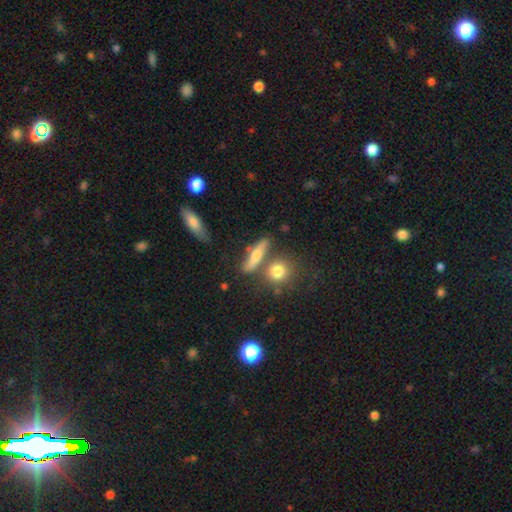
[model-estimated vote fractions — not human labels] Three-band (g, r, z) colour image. It shows a smooth galaxy with no disk features (55%) that is cigar-shaped (60%). Merging: none (64%).